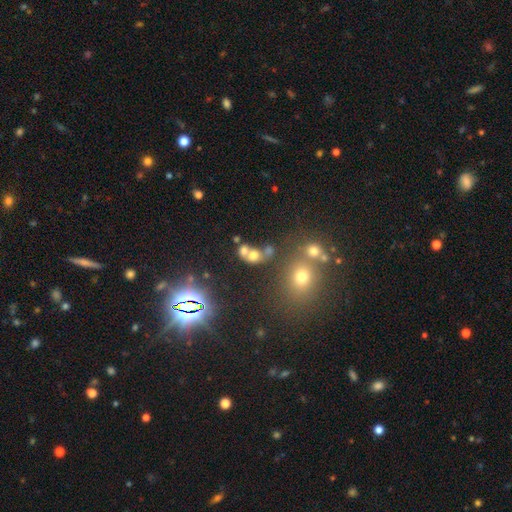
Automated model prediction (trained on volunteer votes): Overall: smooth (48%; star or artifact 37%). Merging: none (46%; merger 36%).